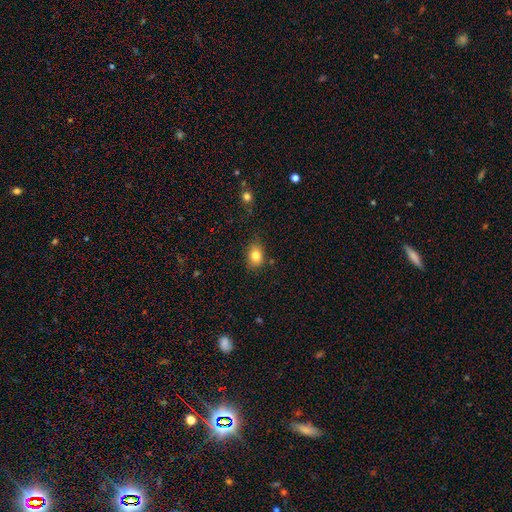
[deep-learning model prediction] A smooth galaxy with no disk features (82%) that is in between round and cigar-shaped (63%).

Vote fractions:
- Smooth or featured? smooth: 82% / star or artifact: 10% / featured or disk: 8%
- How rounded? in between: 63% / round: 36% / cigar-shaped: 1%
- Merging? none: 74% / minor disturbance: 20% / major disturbance: 4% / merger: 2%